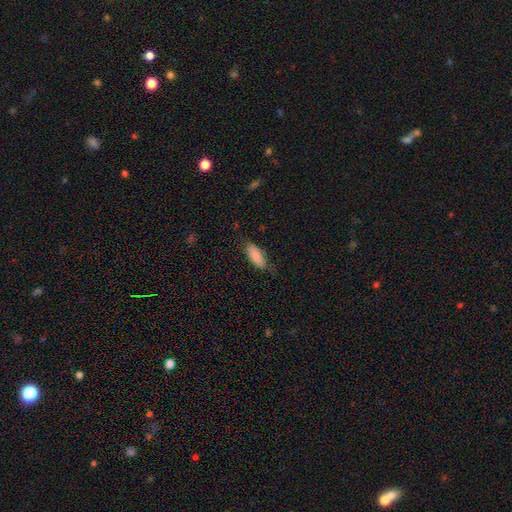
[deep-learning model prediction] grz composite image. It shows a smooth galaxy with no disk features (86%) that is in between round and cigar-shaped (74%). Merging: none (73%).